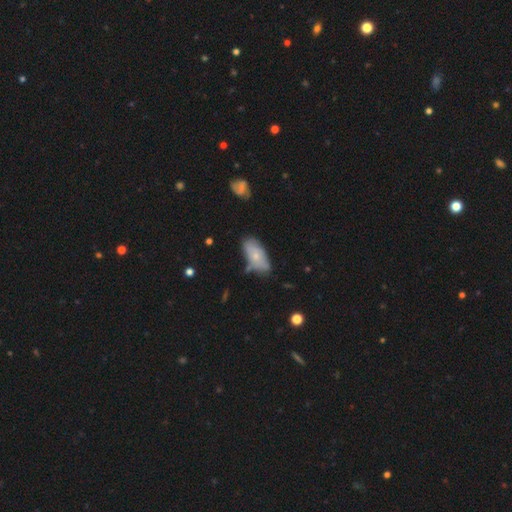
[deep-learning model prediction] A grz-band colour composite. It shows a smooth galaxy with no disk features (65%) that is in between round and cigar-shaped (90%). Merging: none (61%).